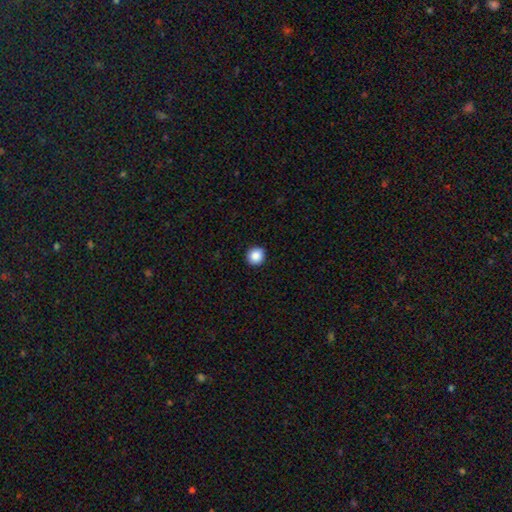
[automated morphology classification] This is clearly a smooth galaxy (88%). How rounded: clearly round (92%). Merging: clearly none (92%).